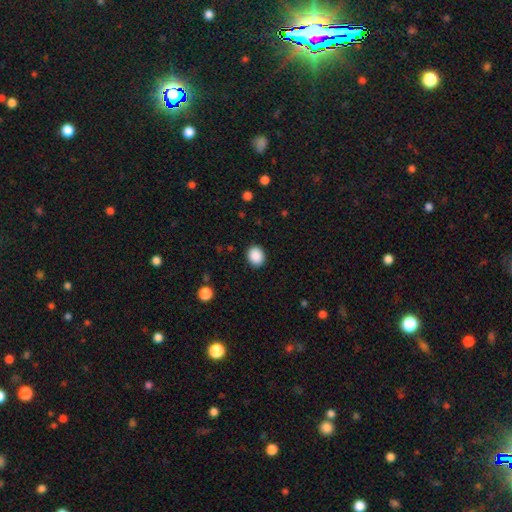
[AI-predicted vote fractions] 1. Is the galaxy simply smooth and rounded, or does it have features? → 89% smooth, 8% star or artifact, 2% featured or disk.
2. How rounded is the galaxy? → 56% round, 43% in between, 1% cigar-shaped.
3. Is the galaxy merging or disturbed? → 90% none, 7% minor disturbance, 2% major disturbance, 1% merger.